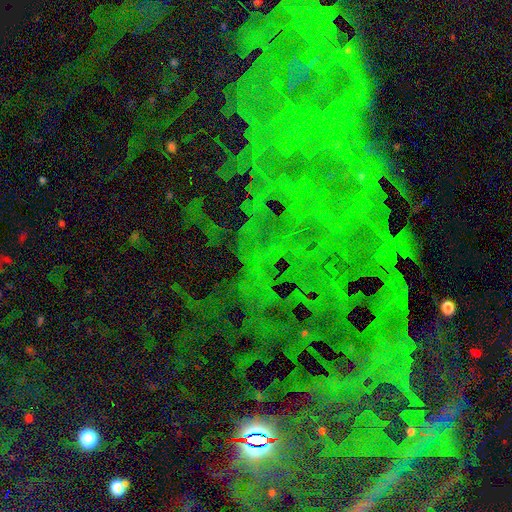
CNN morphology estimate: This is clearly a star or artifact rather than a galaxy (81%).